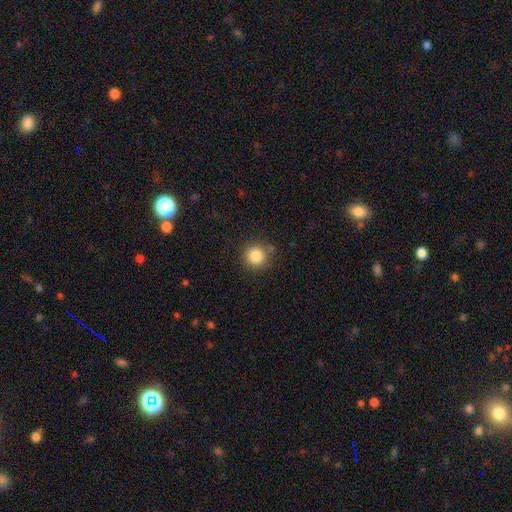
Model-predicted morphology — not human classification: Smooth or featured? smooth (85%)
How rounded? round (94%)
Merging? none (83%)